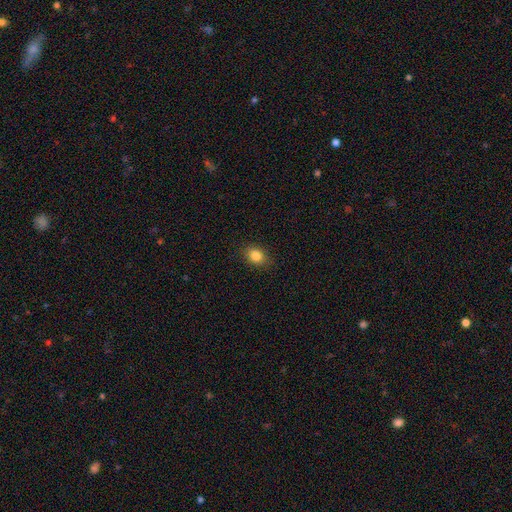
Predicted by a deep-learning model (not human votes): This appears to be a smooth galaxy with no disk features (84%) that is in between round and cigar-shaped (63%). Merging: none (86%).